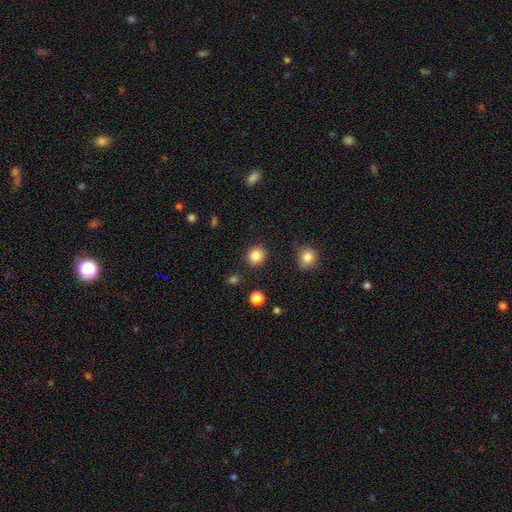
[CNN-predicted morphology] This appears to be a smooth galaxy with no disk features (86%) that is round (88%). Merging: none (90%).